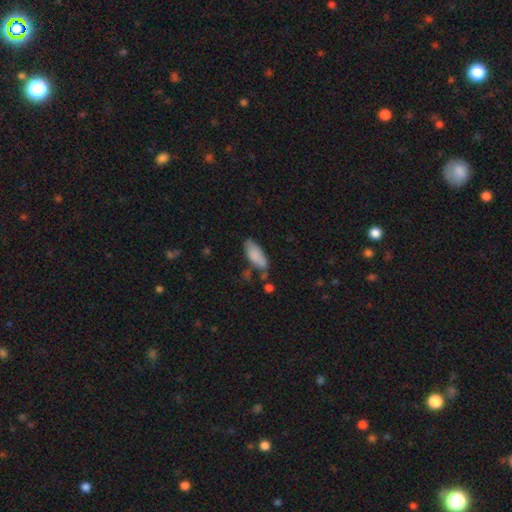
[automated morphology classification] Smooth or featured: smooth — 85% (featured or disk — 9%)
How rounded: in between — 79% (cigar-shaped — 19%)
Merging: none — 57% (minor disturbance — 27%)